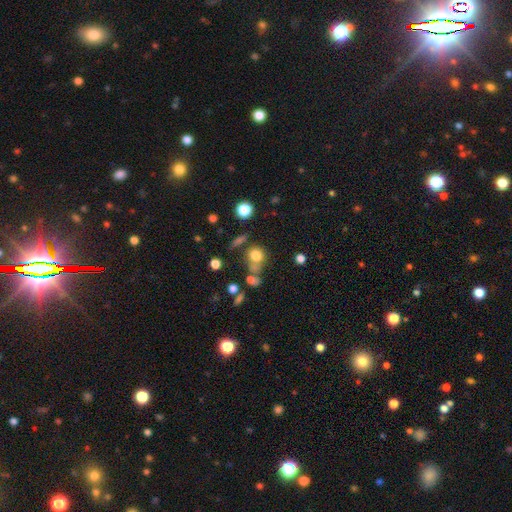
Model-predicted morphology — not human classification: This is likely a smooth galaxy (76%). How rounded: likely round (75%). Merging: possibly none (47%).